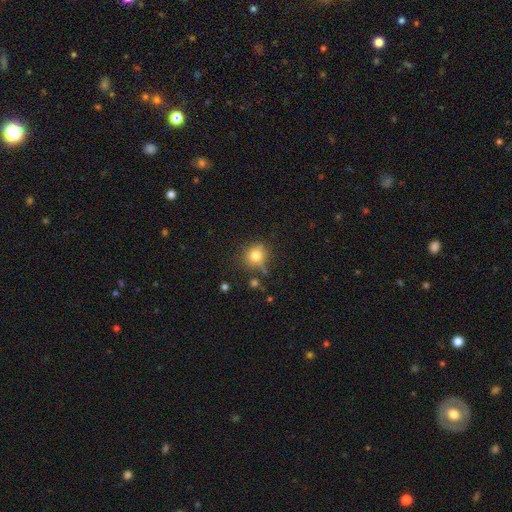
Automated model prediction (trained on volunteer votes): A smooth galaxy with no disk features (77%) that is round (82%). Merging: none (67%).